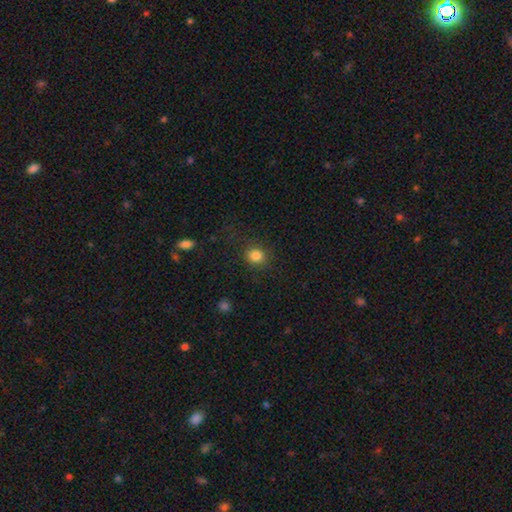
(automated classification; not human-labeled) Morphology: type=smooth (84%); roundness=round (82%); merging=none (86%).